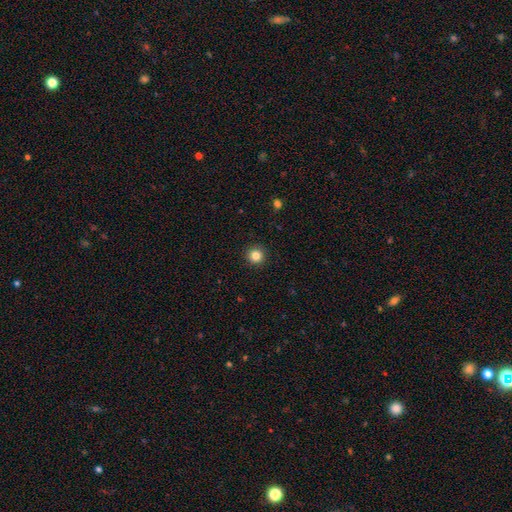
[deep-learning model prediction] Overall: smooth (84%). How rounded: round (96%). Merging: none (93%).